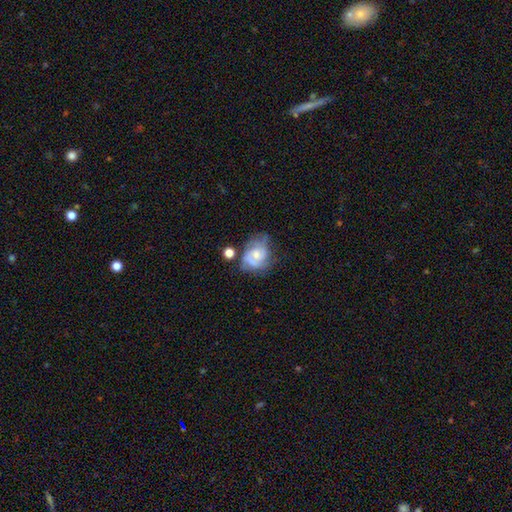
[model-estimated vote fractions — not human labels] Q: Smooth or featured?
A: featured or disk (56%); runner-up: smooth (35%)
Q: Edge-on disk?
A: no (97%); runner-up: yes (3%)
Q: Bar?
A: no (72%); runner-up: weak (24%)
Q: Spiral arms?
A: yes (76%); runner-up: no (24%)
Q: Bulge size?
A: moderate (44%); runner-up: small (43%)
Q: Merging?
A: none (42%); runner-up: minor disturbance (29%)